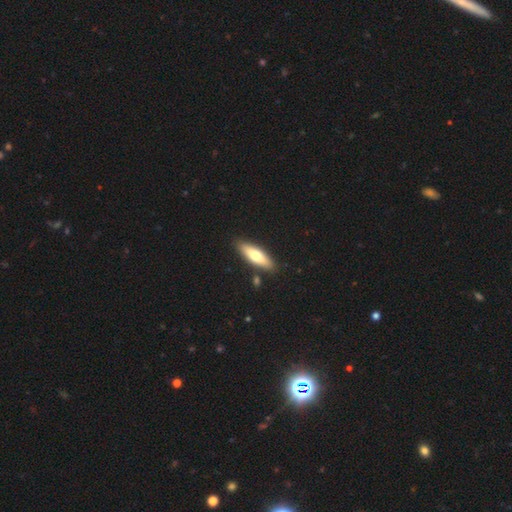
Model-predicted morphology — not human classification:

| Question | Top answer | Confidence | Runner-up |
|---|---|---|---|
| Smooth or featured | smooth | 63% | featured or disk (32%) |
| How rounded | cigar-shaped | 53% | in between (45%) |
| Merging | none | 86% | minor disturbance (8%) |